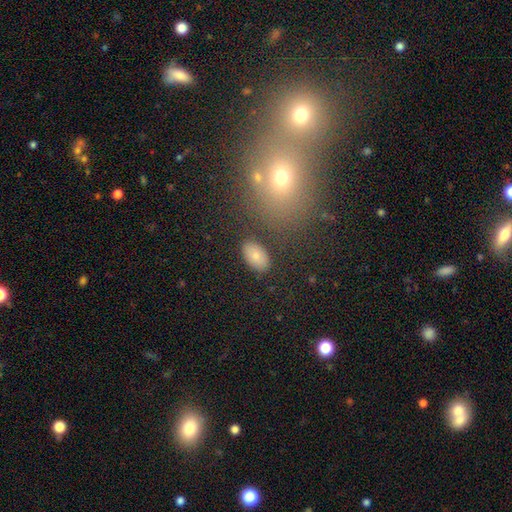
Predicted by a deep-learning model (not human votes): smooth_or_featured: smooth (p=0.80) [alt: featured or disk p=0.11]
how_rounded: in between (p=0.93) [alt: round p=0.06]
merging: none (p=0.84) [alt: minor disturbance p=0.11]